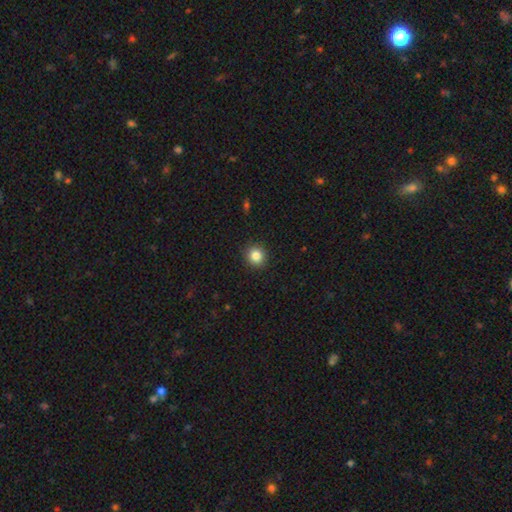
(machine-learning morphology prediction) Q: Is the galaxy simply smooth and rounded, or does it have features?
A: smooth — 85%.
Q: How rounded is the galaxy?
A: round — 90%.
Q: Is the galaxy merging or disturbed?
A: none — 92%.